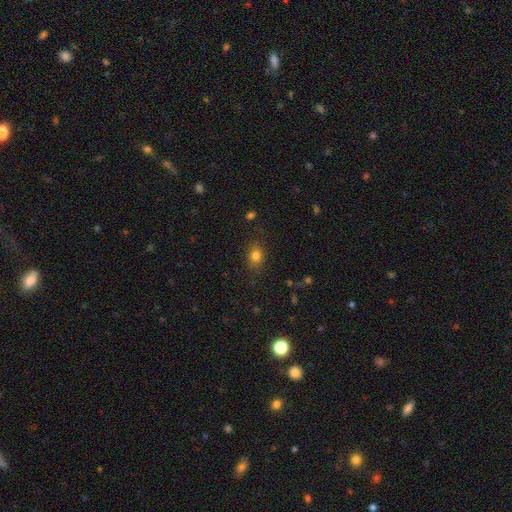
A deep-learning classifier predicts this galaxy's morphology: type=smooth (79%); roundness=in between (58%); merging=none (83%).